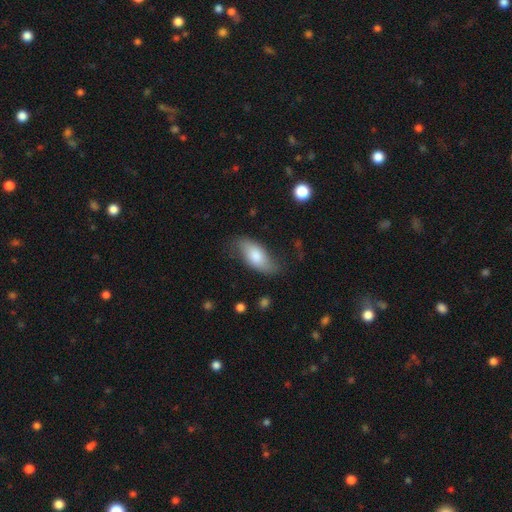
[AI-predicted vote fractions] Smooth or featured?
  - smooth: 67% *
  - featured or disk: 26%
  - star or artifact: 6%
How rounded?
  - in between: 87% *
  - cigar-shaped: 10%
  - round: 3%
Merging?
  - none: 65% *
  - minor disturbance: 25%
  - major disturbance: 8%
  - merger: 2%